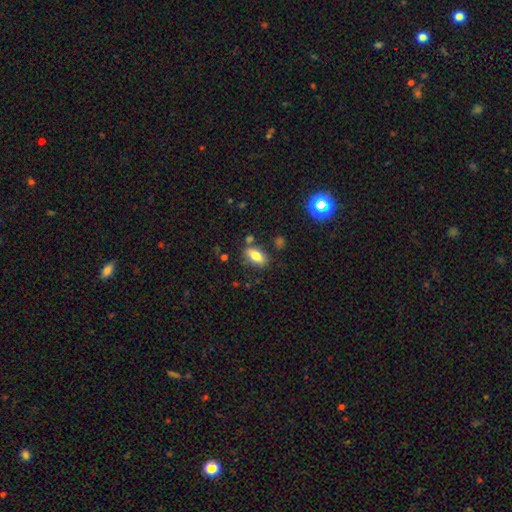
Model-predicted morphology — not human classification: A smooth galaxy with no disk features (77%) that is in between round and cigar-shaped (87%). Merging: none (76%).